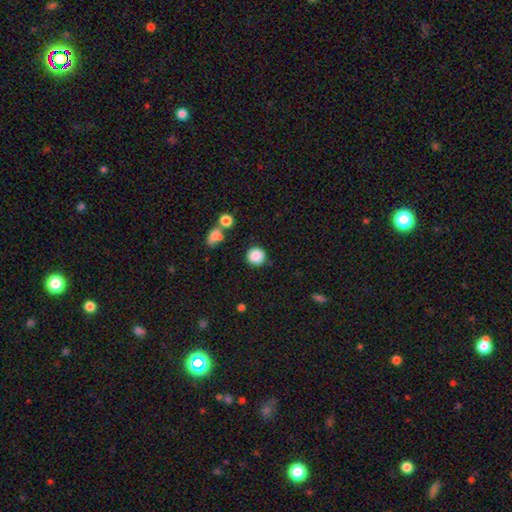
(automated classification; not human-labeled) Q: Smooth or featured?
A: smooth (86%); runner-up: star or artifact (9%)
Q: How rounded?
A: round (92%); runner-up: in between (7%)
Q: Merging?
A: none (83%); runner-up: minor disturbance (9%)